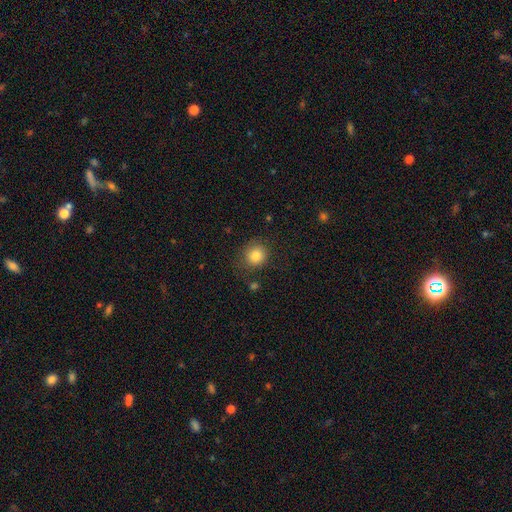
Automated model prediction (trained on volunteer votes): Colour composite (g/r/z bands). It shows a smooth galaxy with no disk features (83%) that is round (88%). Merging: none (81%).